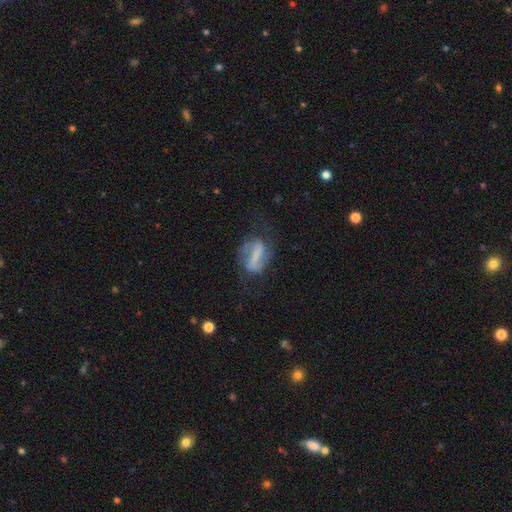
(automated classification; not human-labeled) This appears to be a featured or disk galaxy (65%) with a strong bar (69%), spiral arms (72%) and no central bulge (53%). Merging: none (55%).